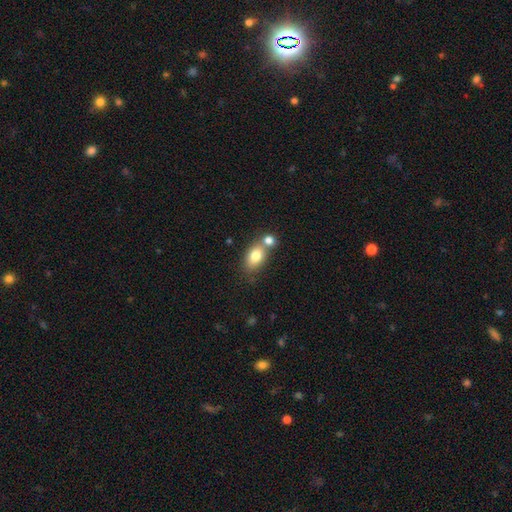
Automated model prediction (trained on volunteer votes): This is likely a smooth galaxy (78%). How rounded: clearly in between (82%). Merging: possibly none (45%).